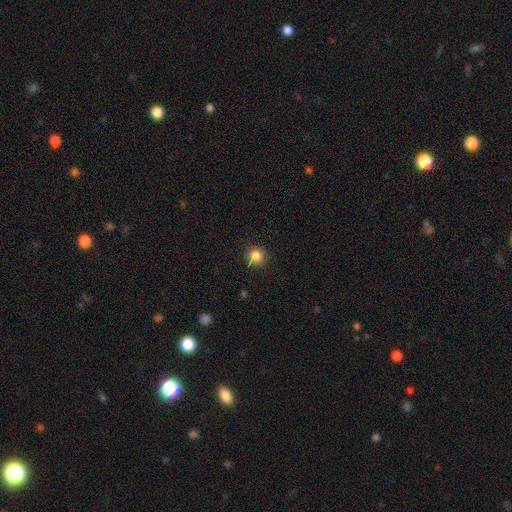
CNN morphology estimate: This appears to be a smooth galaxy with no disk features (85%) that is round (94%). Merging: none (91%).